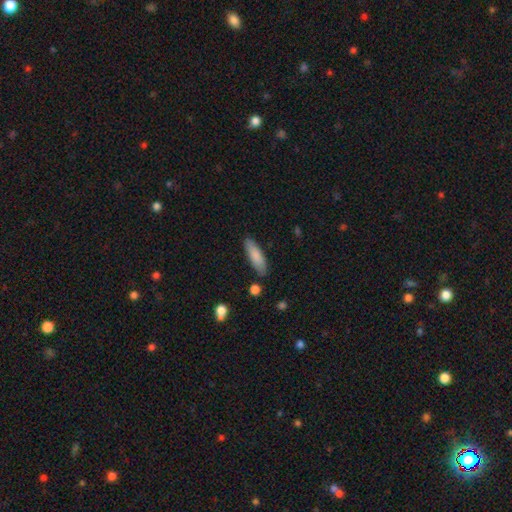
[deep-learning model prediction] Q: Smooth or featured?
A: smooth (83%); runner-up: featured or disk (11%)
Q: How rounded?
A: cigar-shaped (54%); runner-up: in between (44%)
Q: Merging?
A: none (84%); runner-up: minor disturbance (11%)